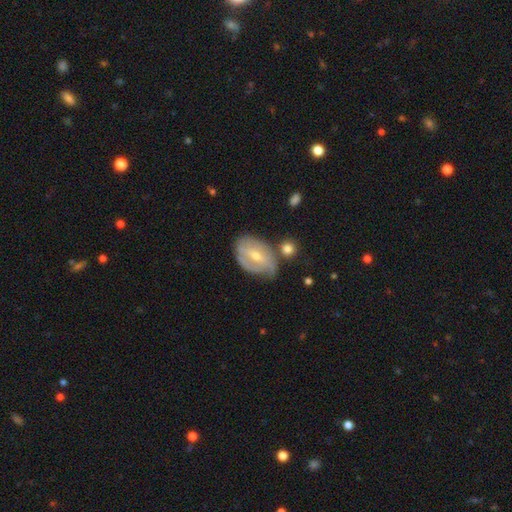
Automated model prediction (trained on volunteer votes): This appears to be a featured or disk galaxy (67%) with a weak bar (47%), spiral arms (74%) and a small central bulge (49%). Merging: none (55%).